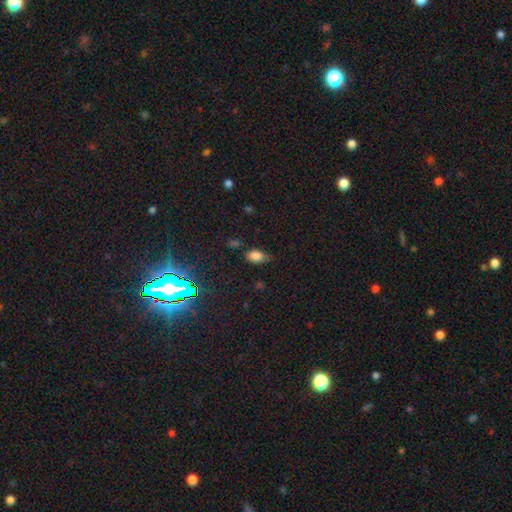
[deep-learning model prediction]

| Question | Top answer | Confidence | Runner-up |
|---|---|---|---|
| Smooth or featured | smooth | 78% | star or artifact (14%) |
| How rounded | in between | 84% | round (12%) |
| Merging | none | 57% | minor disturbance (33%) |